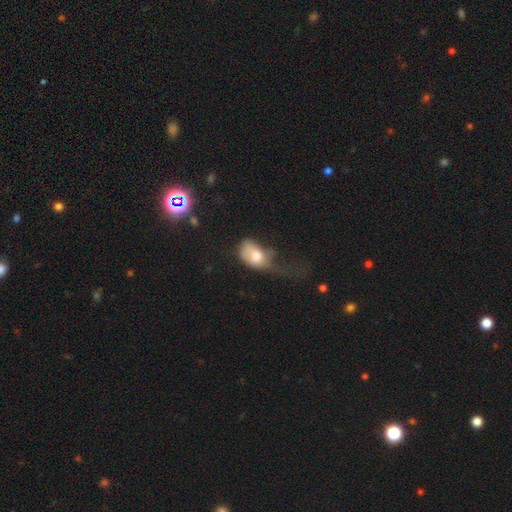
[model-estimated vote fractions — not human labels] Smooth or featured? smooth (66%)
How rounded? in between (80%)
Merging? major disturbance (56%)